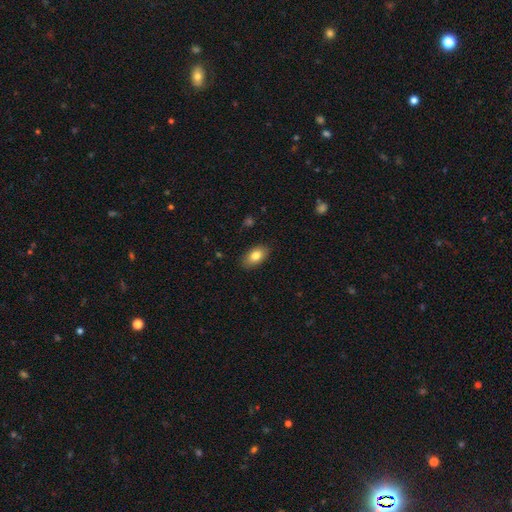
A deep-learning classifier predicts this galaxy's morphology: smooth_or_featured: smooth (p=0.82) [alt: featured or disk p=0.10]
how_rounded: in between (p=0.91) [alt: round p=0.06]
merging: none (p=0.87) [alt: minor disturbance p=0.10]